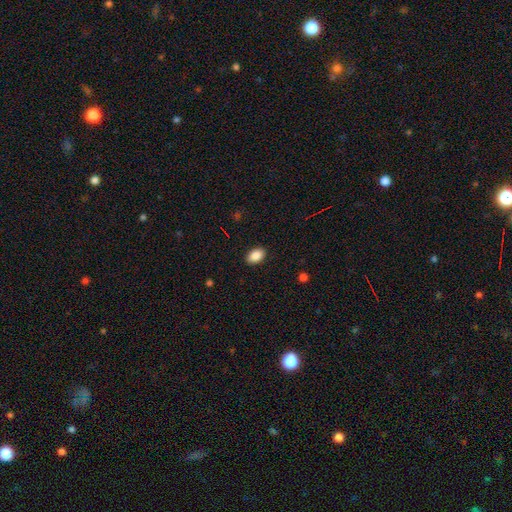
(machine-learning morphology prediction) Smooth or featured? Predicted: smooth (p=0.88). How rounded? Predicted: in between (p=0.89). Merging? Predicted: none (p=0.89).